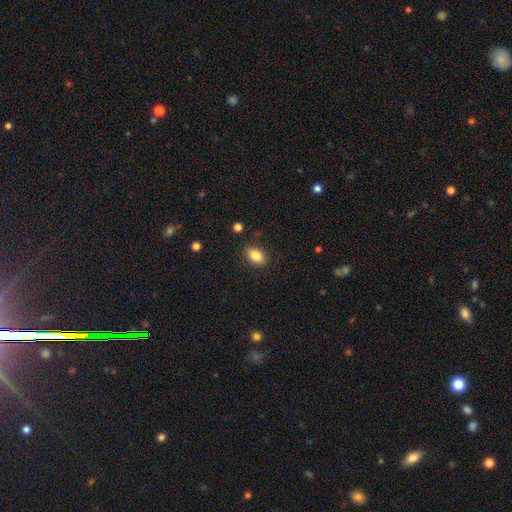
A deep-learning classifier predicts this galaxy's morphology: This is clearly a smooth galaxy (83%). How rounded: clearly in between (85%). Merging: clearly none (86%).